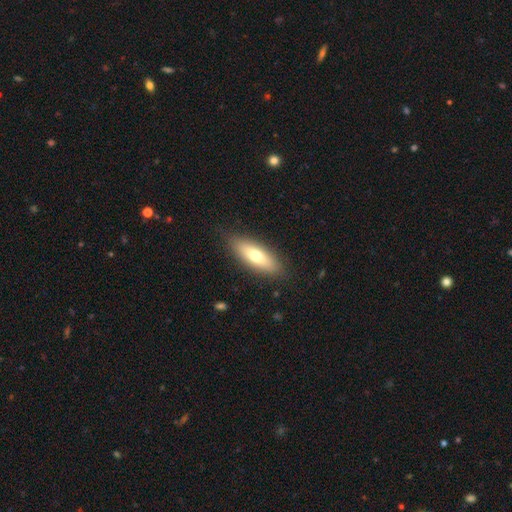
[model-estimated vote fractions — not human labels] smooth-or-featured: smooth: 68% | featured or disk: 25% | star or artifact: 7%
  how-rounded: in between: 63% | cigar-shaped: 35% | round: 2%
  merging: none: 86% | minor disturbance: 10% | major disturbance: 3% | merger: 1%